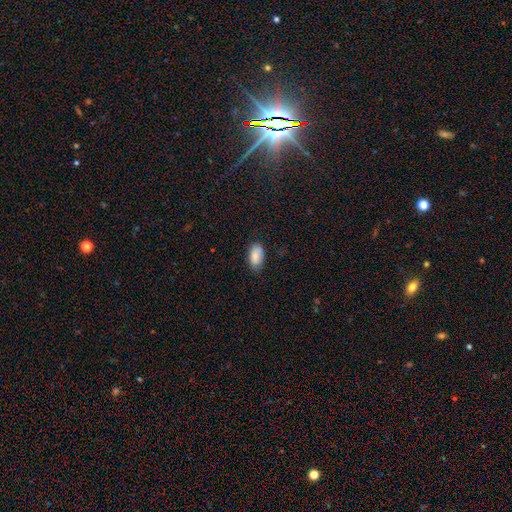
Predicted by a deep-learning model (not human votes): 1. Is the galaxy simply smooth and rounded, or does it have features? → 87% smooth, 7% star or artifact, 6% featured or disk.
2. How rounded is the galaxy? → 94% in between, 3% round, 3% cigar-shaped.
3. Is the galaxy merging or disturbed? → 77% none, 18% minor disturbance, 3% major disturbance, 1% merger.